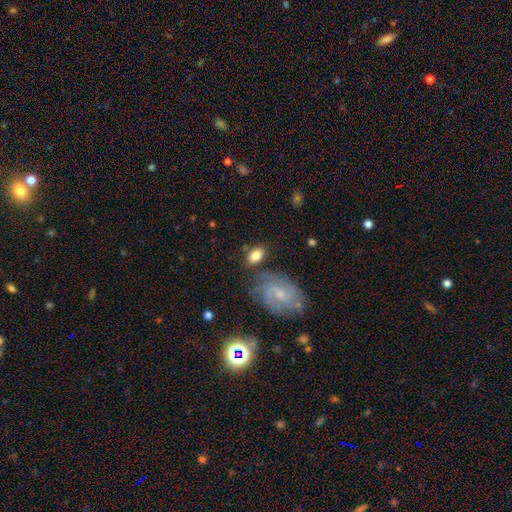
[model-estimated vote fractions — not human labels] Smooth or featured? Predicted: smooth (p=0.80). How rounded? Predicted: in between (p=0.87). Merging? Predicted: none (p=0.70).